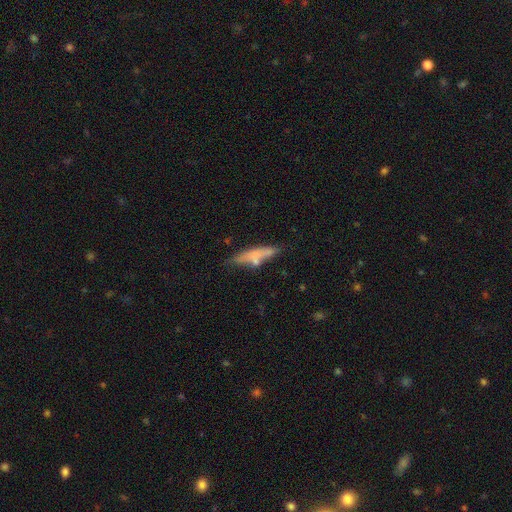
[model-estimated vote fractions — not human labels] Overall: smooth (57%; featured or disk 34%). How rounded: cigar-shaped (74%). Merging: none (56%; minor disturbance 23%).